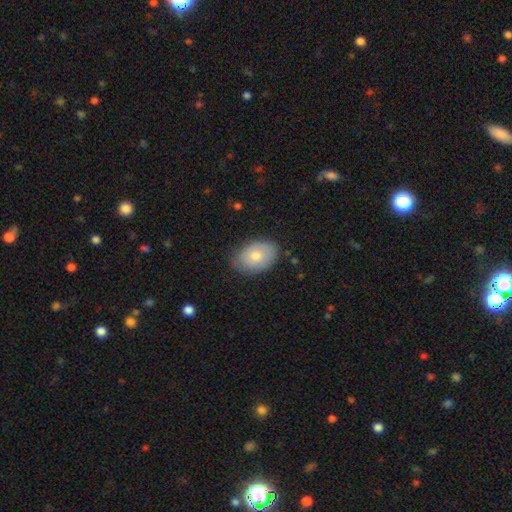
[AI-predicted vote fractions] Smooth or featured? smooth (71%)
How rounded? in between (84%)
Merging? none (78%)